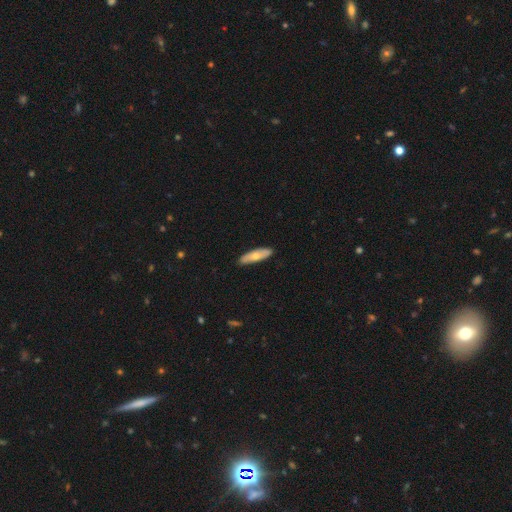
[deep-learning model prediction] Overall: smooth (62%; featured or disk 33%). How rounded: cigar-shaped (59%; in between 39%). Merging: none (88%).